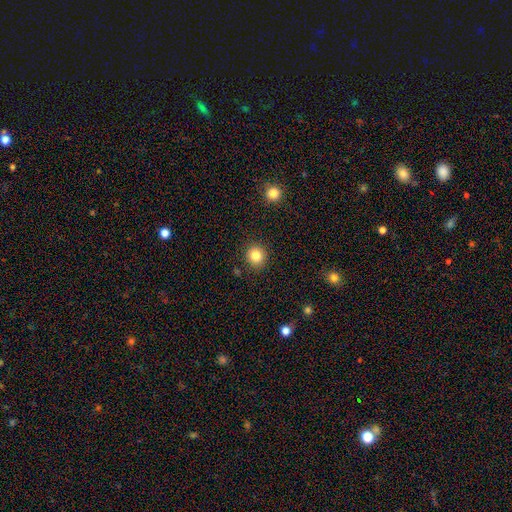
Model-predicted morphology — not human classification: smooth 83%, star or artifact 11%, featured or disk 6%. Down the decision tree: how rounded — round (90%); merging — none (90%).